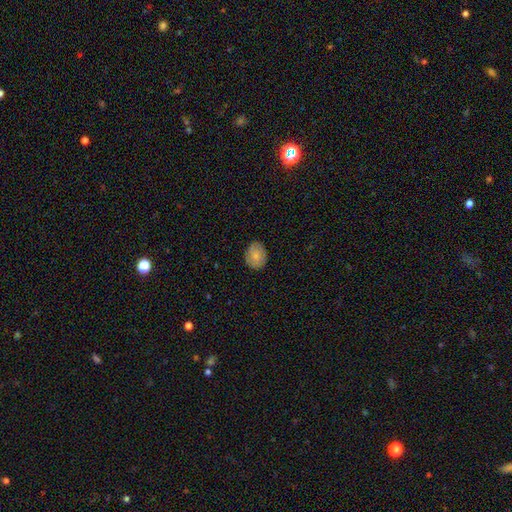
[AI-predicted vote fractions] smooth_or_featured: smooth (p=0.82) [alt: featured or disk p=0.11]
how_rounded: round (p=0.50) [alt: in between p=0.49]
merging: none (p=0.85) [alt: minor disturbance p=0.12]